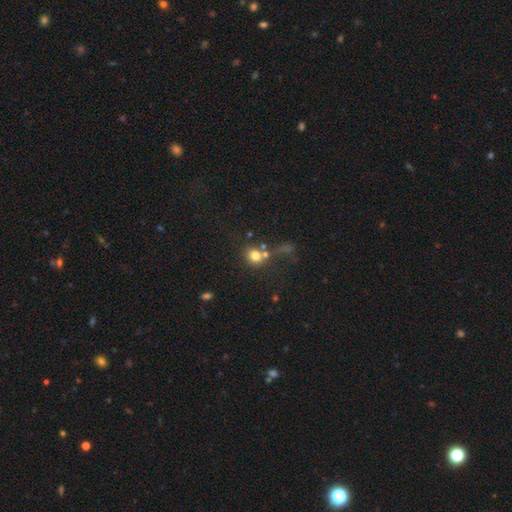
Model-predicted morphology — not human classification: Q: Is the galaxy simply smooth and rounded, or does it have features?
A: smooth — 75%.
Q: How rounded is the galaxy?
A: round — 78%.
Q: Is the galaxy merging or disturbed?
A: none — 48%.